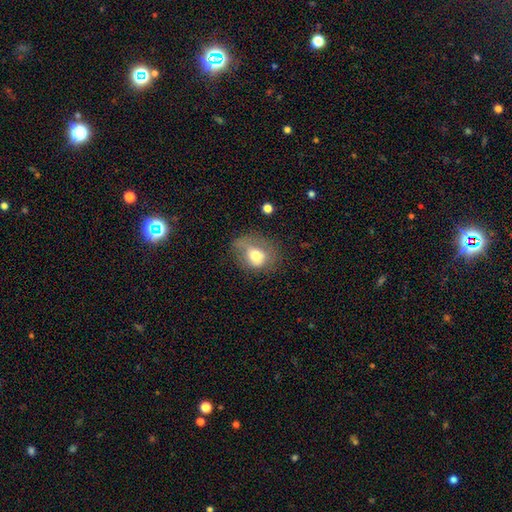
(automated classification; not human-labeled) Morphology: type=smooth (66%); roundness=in between (52%); merging=none (37%).